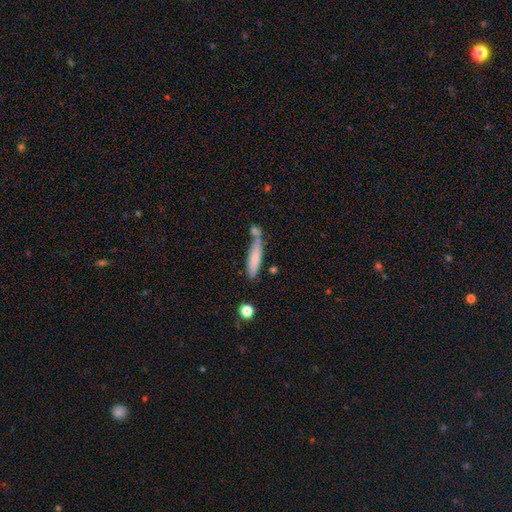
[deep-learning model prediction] This is likely a smooth galaxy (75%). How rounded: clearly cigar-shaped (80%). Merging: possibly none (55%).